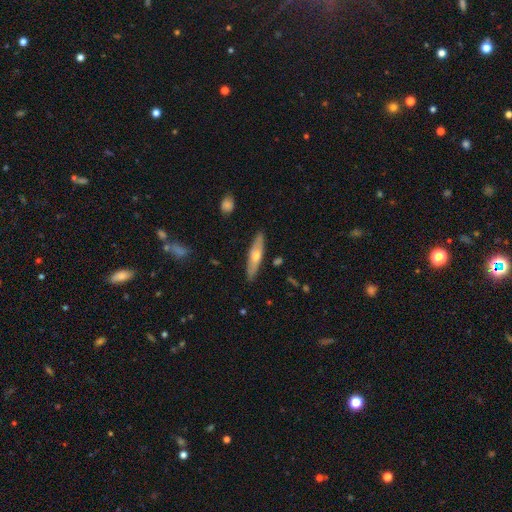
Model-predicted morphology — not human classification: This is possibly a featured or disk galaxy (49%). Merging: clearly none (88%).